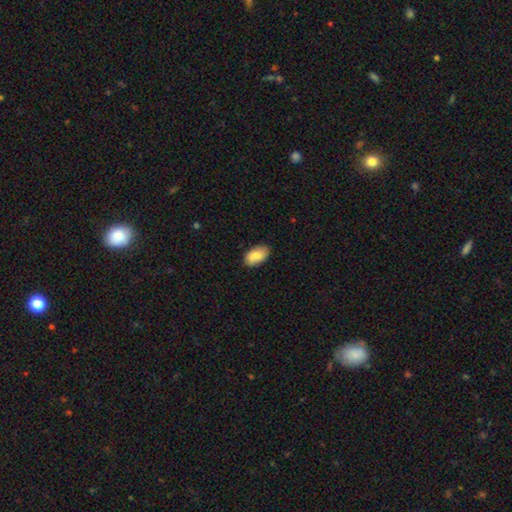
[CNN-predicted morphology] Smooth or featured? Predicted: smooth (p=0.81). How rounded? Predicted: in between (p=0.94). Merging? Predicted: none (p=0.83).